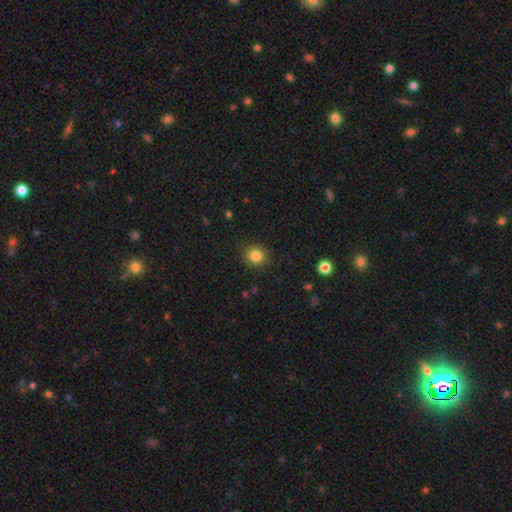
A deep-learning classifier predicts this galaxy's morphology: Q: Smooth or featured?
A: smooth (84%); runner-up: star or artifact (11%)
Q: How rounded?
A: round (81%); runner-up: in between (18%)
Q: Merging?
A: none (88%); runner-up: minor disturbance (8%)